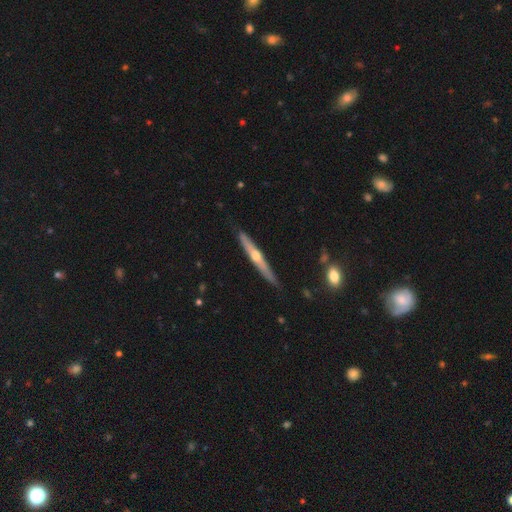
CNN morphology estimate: Overall: featured or disk (69%). Edge-on disk: yes (95%). Edge-on bulge: rounded (84%). Merging: none (85%).